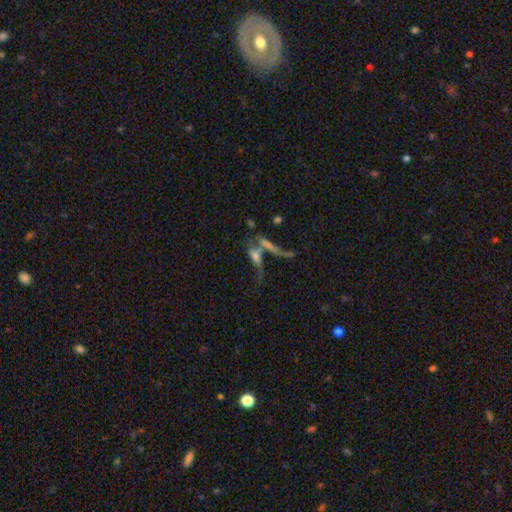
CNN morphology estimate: A featured or disk galaxy (44%). Merging: merger (47%).